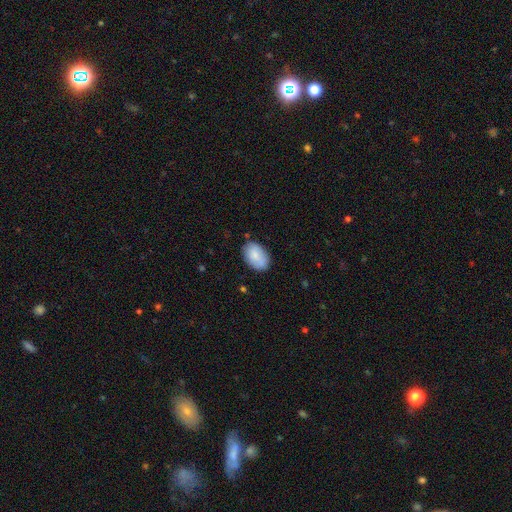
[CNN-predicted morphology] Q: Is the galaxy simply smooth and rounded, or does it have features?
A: smooth — 83%.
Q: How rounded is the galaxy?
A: in between — 89%.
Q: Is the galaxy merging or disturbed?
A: none — 80%.